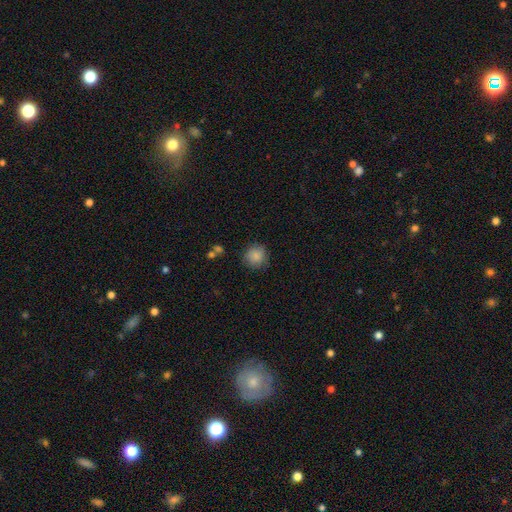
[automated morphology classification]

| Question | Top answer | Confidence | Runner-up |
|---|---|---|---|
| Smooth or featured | smooth | 86% | star or artifact (9%) |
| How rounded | round | 91% | in between (8%) |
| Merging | none | 84% | minor disturbance (11%) |